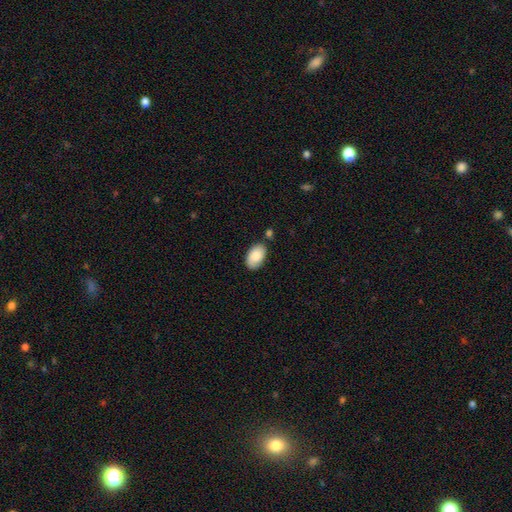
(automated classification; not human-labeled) The model was most divided on "merging": none: 75%, minor disturbance: 16%, merger: 6%, major disturbance: 3%. More confident: how rounded — in between (94%); smooth or featured — smooth (84%).